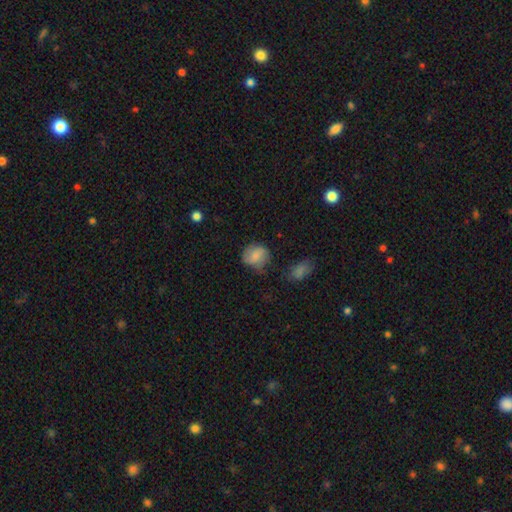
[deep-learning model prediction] Smooth or featured: smooth — 73% (featured or disk — 19%)
How rounded: round — 67% (in between — 31%)
Merging: none — 61% (minor disturbance — 27%)